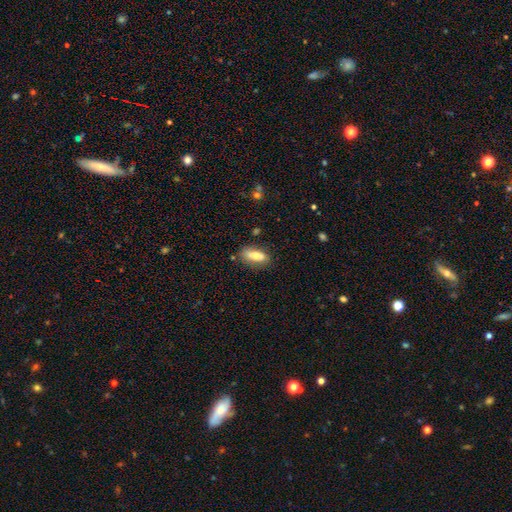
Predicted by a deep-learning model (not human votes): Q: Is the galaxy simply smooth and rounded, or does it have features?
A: smooth — 77%.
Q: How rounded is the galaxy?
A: in between — 79%.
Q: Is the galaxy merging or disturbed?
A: none — 73%.